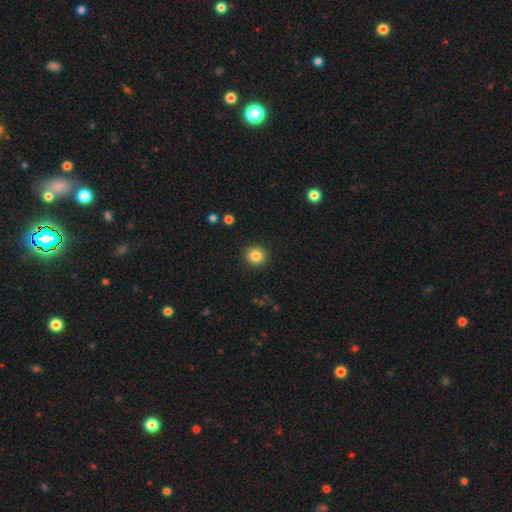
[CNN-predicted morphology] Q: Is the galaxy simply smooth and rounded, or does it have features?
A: smooth — 84%.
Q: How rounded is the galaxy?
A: round — 95%.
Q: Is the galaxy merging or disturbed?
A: none — 92%.